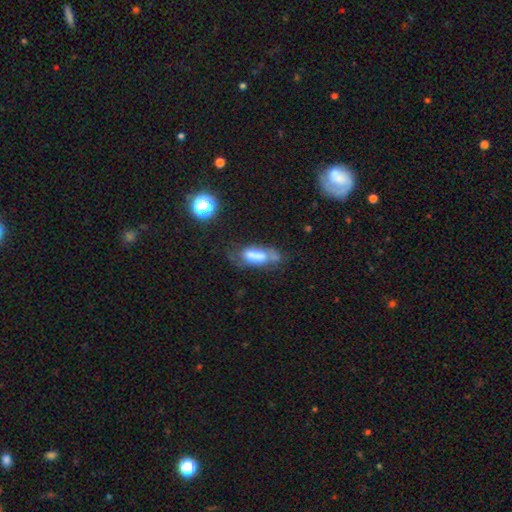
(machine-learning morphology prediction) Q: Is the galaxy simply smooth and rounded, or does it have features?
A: smooth — 58%.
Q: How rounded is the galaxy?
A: in between — 74%.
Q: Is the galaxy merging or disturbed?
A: none — 34%.